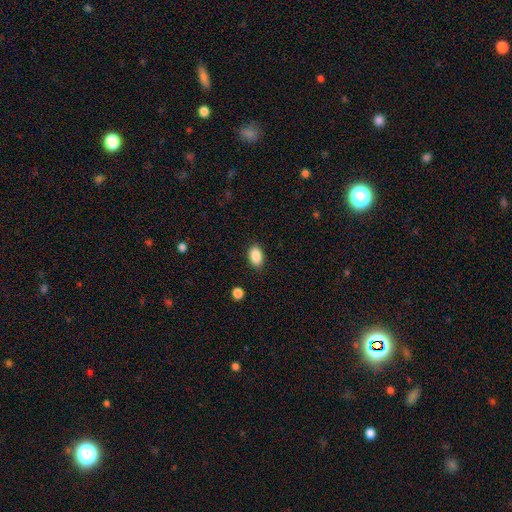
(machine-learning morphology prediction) Smooth or featured: smooth — 89% (star or artifact — 8%)
How rounded: in between — 91% (round — 8%)
Merging: none — 87% (minor disturbance — 10%)